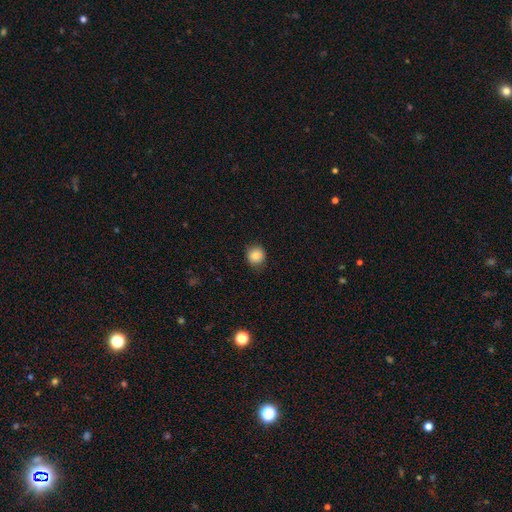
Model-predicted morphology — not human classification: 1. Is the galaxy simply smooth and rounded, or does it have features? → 84% smooth, 10% star or artifact, 6% featured or disk.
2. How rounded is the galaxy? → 89% round, 10% in between, 1% cigar-shaped.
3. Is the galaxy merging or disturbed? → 86% none, 11% minor disturbance, 3% major disturbance, 1% merger.